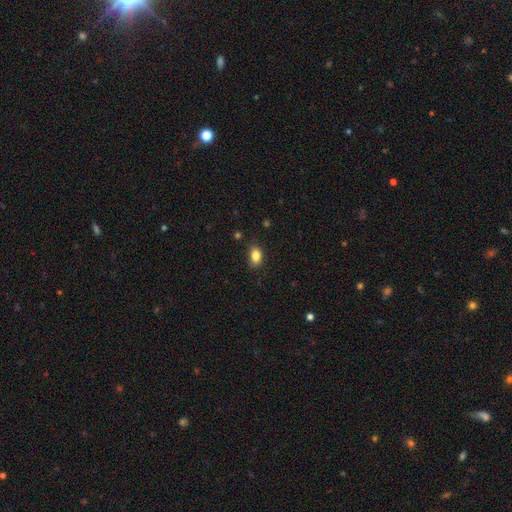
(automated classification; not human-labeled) This appears to be a smooth galaxy with no disk features (84%) that is in between round and cigar-shaped (84%). Merging: none (78%).